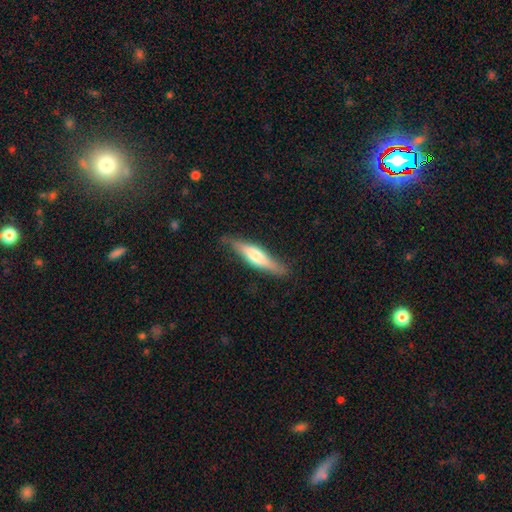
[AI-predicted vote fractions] Smooth or featured? Predicted: smooth (p=0.51). How rounded? Predicted: cigar-shaped (p=0.81). Merging? Predicted: none (p=0.78).